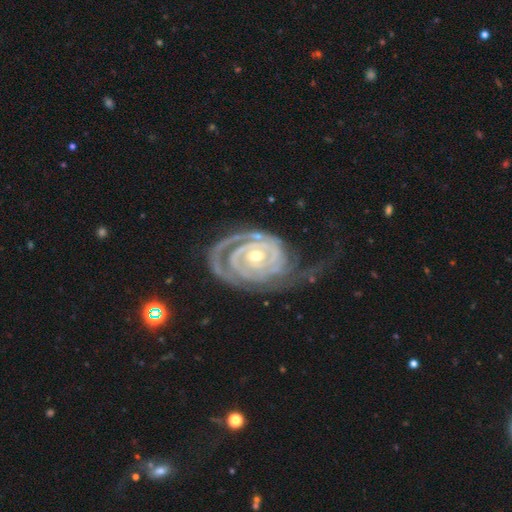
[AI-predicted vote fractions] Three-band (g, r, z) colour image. It shows a featured or disk galaxy (92%) with no bar (62%), 2 (51%) tight (82%) spiral arms (98%) and a moderate central bulge (49%). Merging: none (53%).